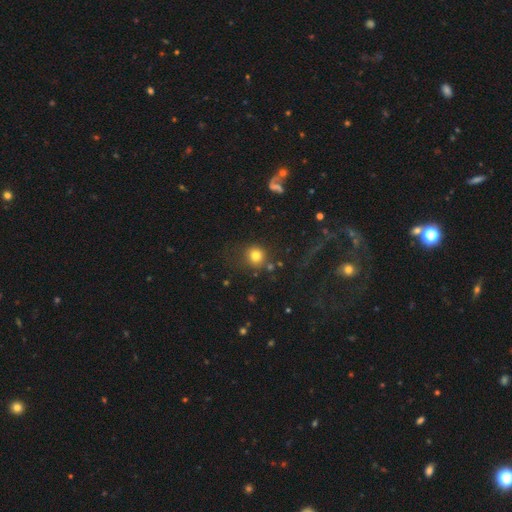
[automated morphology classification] Q: Smooth or featured?
A: smooth (79%); runner-up: star or artifact (13%)
Q: How rounded?
A: round (89%); runner-up: in between (10%)
Q: Merging?
A: none (73%); runner-up: minor disturbance (13%)